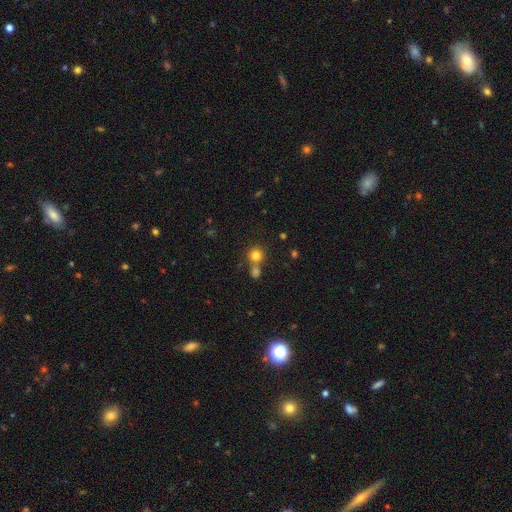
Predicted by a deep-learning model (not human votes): Smooth or featured? smooth (79%)
How rounded? round (90%)
Merging? none (58%)